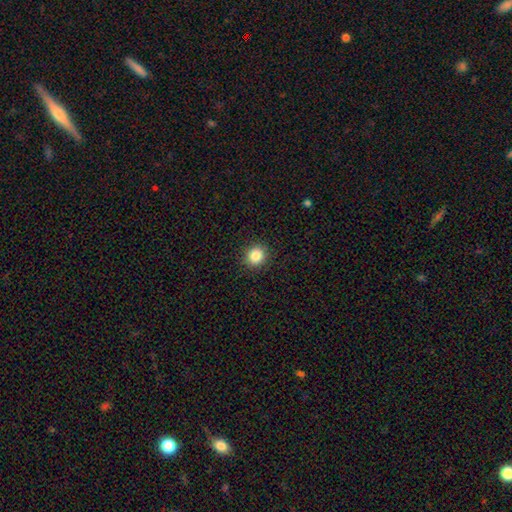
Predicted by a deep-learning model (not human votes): The model was most divided on "how rounded": round: 86%, in between: 13%, cigar-shaped: 1%. More confident: merging — none (91%); smooth or featured — smooth (85%).